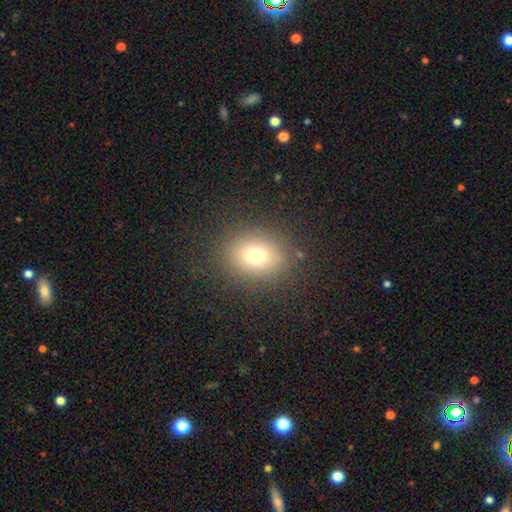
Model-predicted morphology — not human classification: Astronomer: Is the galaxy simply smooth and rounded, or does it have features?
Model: smooth — 73%.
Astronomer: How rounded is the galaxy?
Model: round — 60% (runner-up: in between, 39%).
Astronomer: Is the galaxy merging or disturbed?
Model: none — 86%.